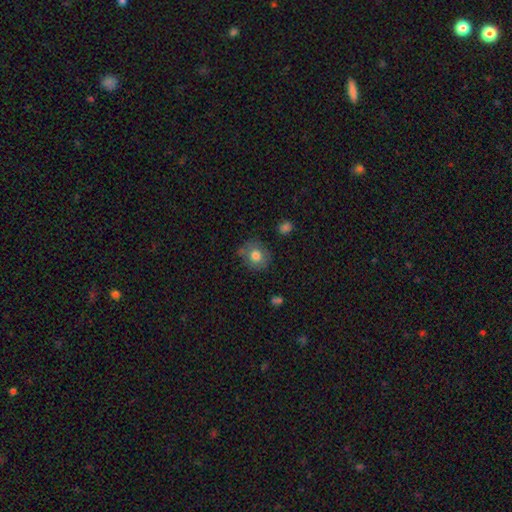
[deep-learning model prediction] Smooth or featured? smooth (77%)
How rounded? round (80%)
Merging? none (72%)